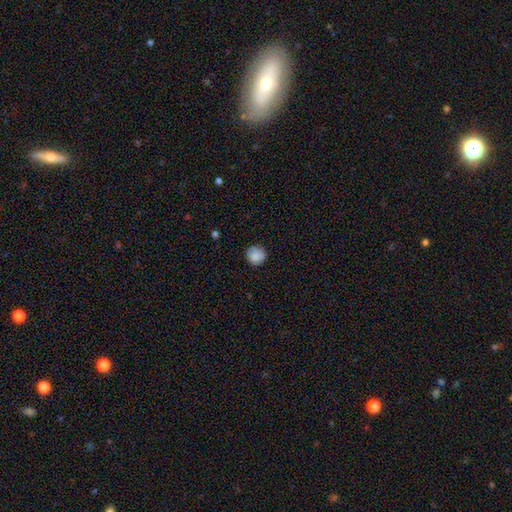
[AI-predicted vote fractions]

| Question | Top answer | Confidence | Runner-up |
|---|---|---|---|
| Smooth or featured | smooth | 86% | star or artifact (9%) |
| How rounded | round | 92% | in between (7%) |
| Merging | none | 83% | minor disturbance (13%) |